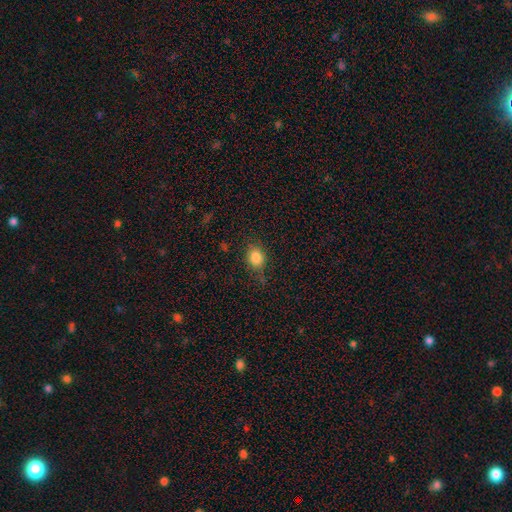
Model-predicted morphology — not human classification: Smooth or featured? Predicted: smooth (p=0.84). How rounded? Predicted: round (p=0.57). Merging? Predicted: none (p=0.75).